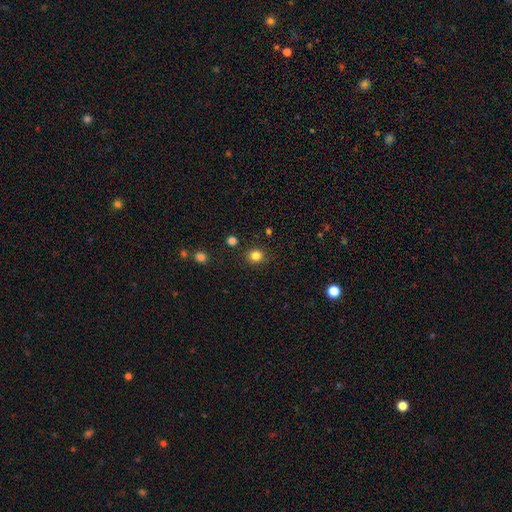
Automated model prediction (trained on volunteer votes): Smooth or featured: smooth — 83% (star or artifact — 12%)
How rounded: round — 81% (in between — 18%)
Merging: none — 88% (minor disturbance — 8%)